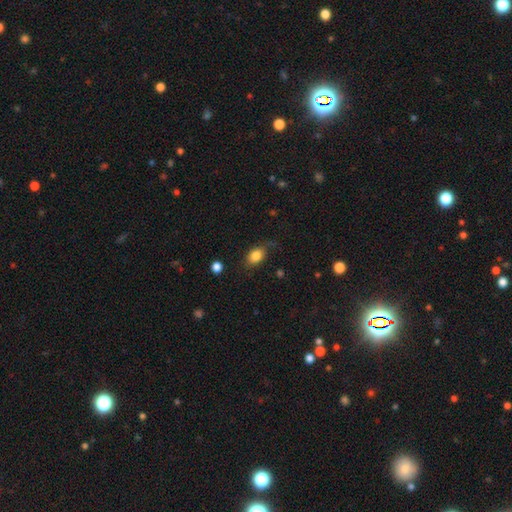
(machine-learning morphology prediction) Overall: smooth (83%). How rounded: in between (78%). Merging: none (69%).